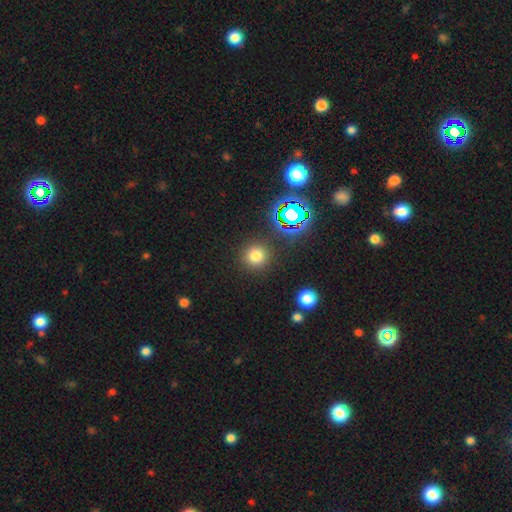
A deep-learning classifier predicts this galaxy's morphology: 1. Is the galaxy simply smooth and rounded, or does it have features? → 71% smooth, 22% star or artifact, 7% featured or disk.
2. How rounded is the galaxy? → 93% round, 6% in between, 1% cigar-shaped.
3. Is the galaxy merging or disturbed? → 89% none, 6% minor disturbance, 3% major disturbance, 2% merger.